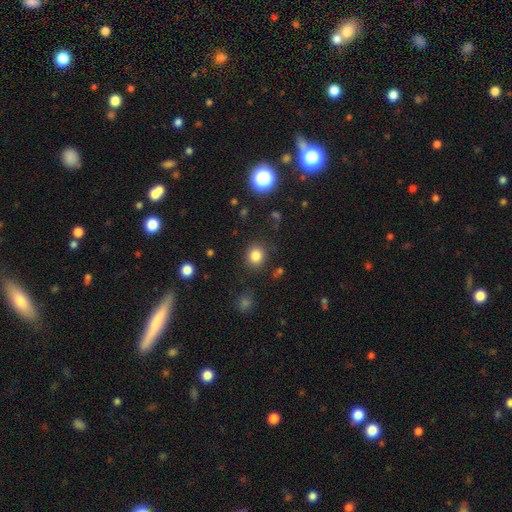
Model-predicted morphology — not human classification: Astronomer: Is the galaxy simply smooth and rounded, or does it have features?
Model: smooth — 82%.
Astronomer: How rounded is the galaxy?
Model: round — 82%.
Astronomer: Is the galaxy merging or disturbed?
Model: none — 86%.